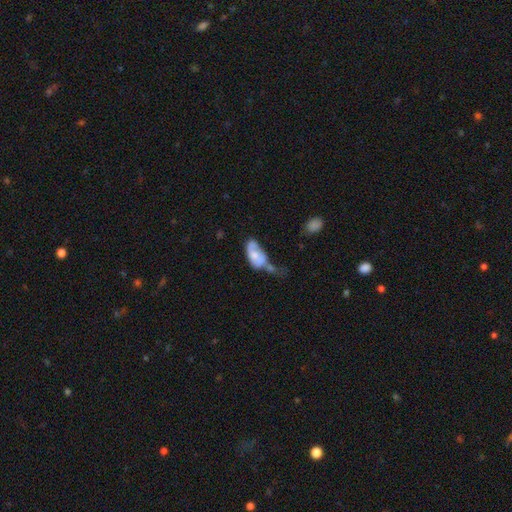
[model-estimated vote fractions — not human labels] Morphology: type=smooth (54%); roundness=in between (91%); merging=merger (34%).